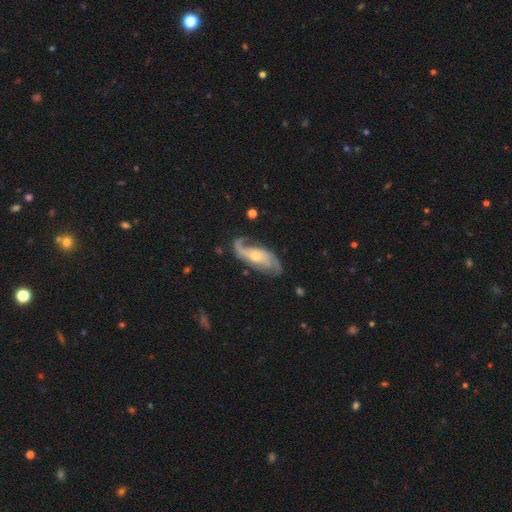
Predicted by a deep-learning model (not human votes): Smooth or featured?
  - featured or disk: 87% *
  - smooth: 8%
  - star or artifact: 5%
Edge-on disk?
  - no: 94% *
  - yes: 6%
Bar?
  - no: 55% *
  - weak: 34%
  - strong: 11%
Spiral arms?
  - yes: 97% *
  - no: 3%
Spiral winding?
  - medium: 44% *
  - loose: 37%
  - tight: 19%
Spiral arm count?
  - 2: 78% *
  - 3: 8%
  - can't tell: 6%
  - 1: 4%
  - 4: 2%
  - more than 4: 2%
Bulge size?
  - moderate: 50% *
  - small: 44%
  - large: 3%
  - none: 2%
  - dominant: 1%
Merging?
  - none: 71% *
  - minor disturbance: 18%
  - major disturbance: 9%
  - merger: 2%